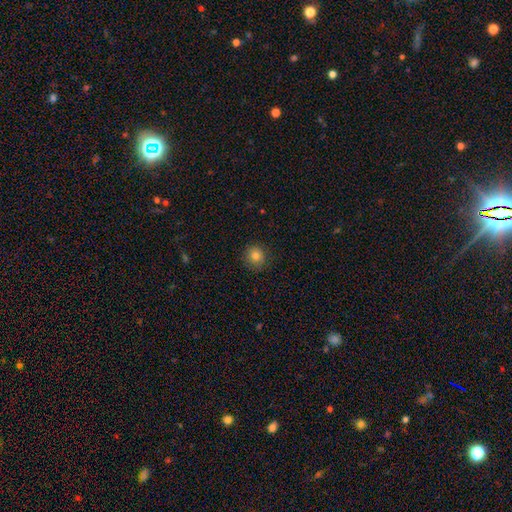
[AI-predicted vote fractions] Q: Smooth or featured?
A: smooth (79%); runner-up: star or artifact (11%)
Q: How rounded?
A: round (88%); runner-up: in between (11%)
Q: Merging?
A: none (85%); runner-up: minor disturbance (11%)